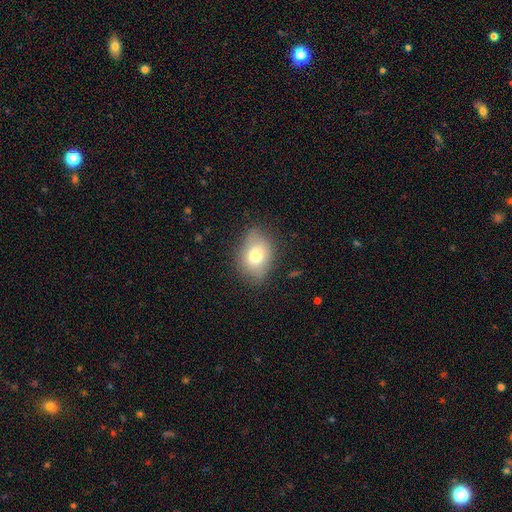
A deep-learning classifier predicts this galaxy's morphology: Smooth or featured? smooth (74%)
How rounded? in between (75%)
Merging? none (72%)